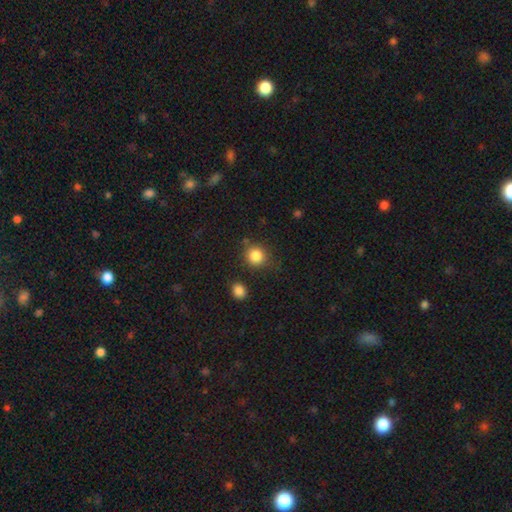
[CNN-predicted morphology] Q: Smooth or featured?
A: smooth (85%); runner-up: star or artifact (10%)
Q: How rounded?
A: round (89%); runner-up: in between (10%)
Q: Merging?
A: none (78%); runner-up: minor disturbance (12%)